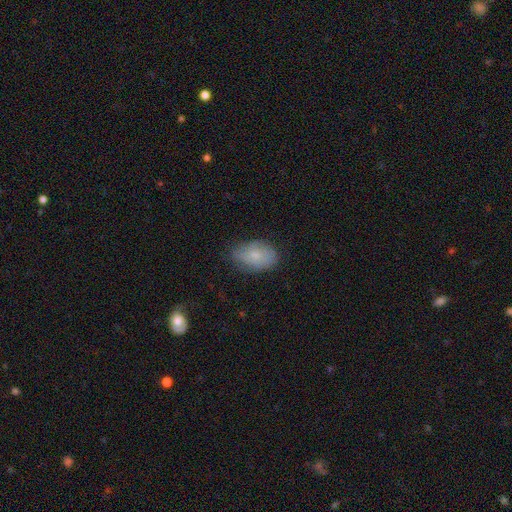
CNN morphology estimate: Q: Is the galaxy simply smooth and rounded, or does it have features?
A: smooth — 68%.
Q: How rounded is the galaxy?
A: in between — 89%.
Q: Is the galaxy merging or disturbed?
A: none — 65%.